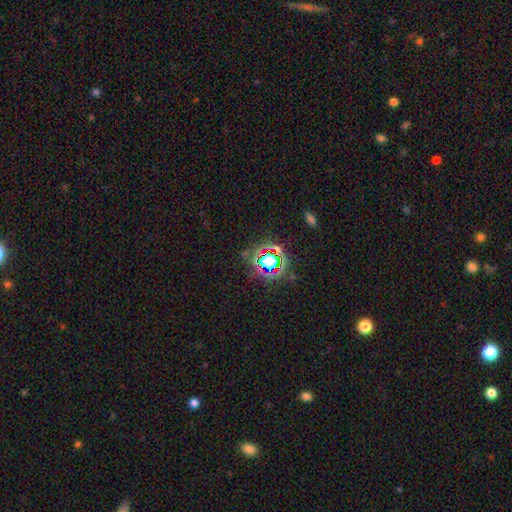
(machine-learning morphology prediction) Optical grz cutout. It shows a star or artifact, not a galaxy (77%).